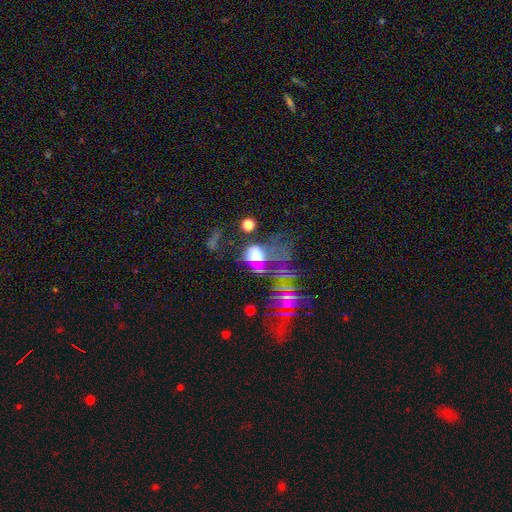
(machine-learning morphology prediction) Overall: smooth (44%; star or artifact 35%). Merging: none (34%; major disturbance 33%).